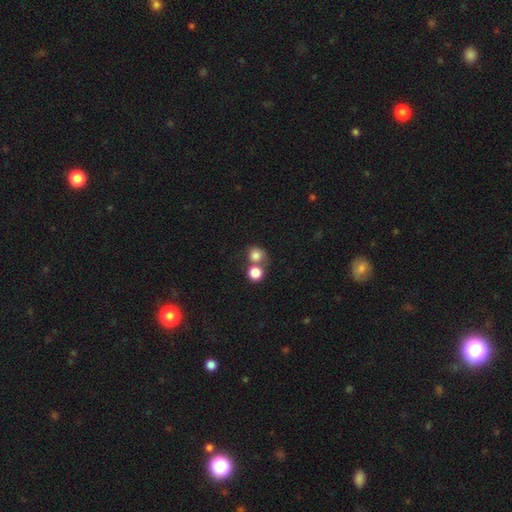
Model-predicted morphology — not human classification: The model was most divided on "merging": none: 45%, merger: 43%, minor disturbance: 8%, major disturbance: 4%. More confident: how rounded — round (84%); smooth or featured — smooth (80%).